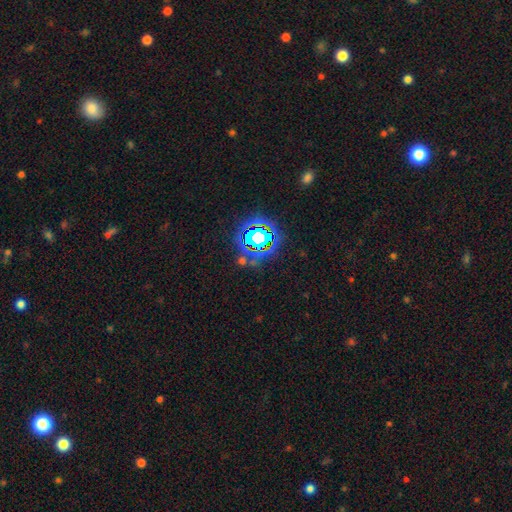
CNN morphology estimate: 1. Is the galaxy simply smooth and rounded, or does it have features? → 80% star or artifact, 12% smooth, 8% featured or disk.